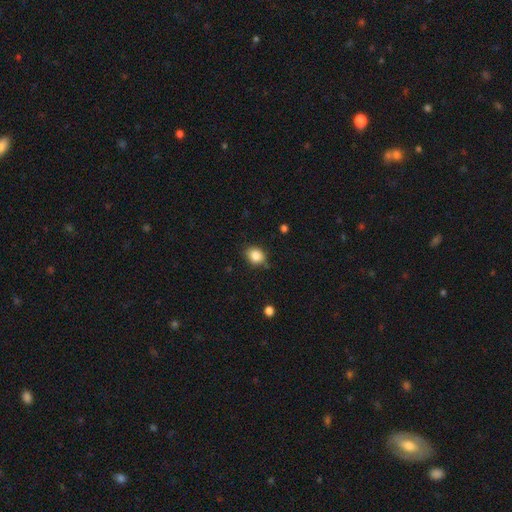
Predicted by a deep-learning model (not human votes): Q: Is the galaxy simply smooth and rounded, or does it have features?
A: smooth — 86%.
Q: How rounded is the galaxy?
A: round — 51%.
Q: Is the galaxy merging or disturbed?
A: none — 78%.